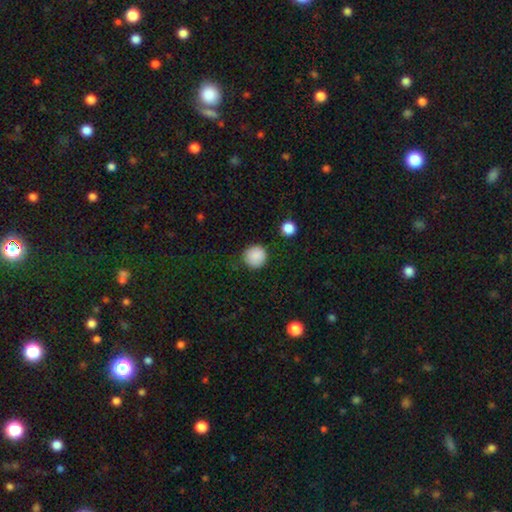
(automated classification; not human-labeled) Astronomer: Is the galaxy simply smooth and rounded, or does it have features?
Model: smooth — 88%.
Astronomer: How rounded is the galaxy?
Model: round — 94%.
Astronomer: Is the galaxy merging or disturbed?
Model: none — 84%.